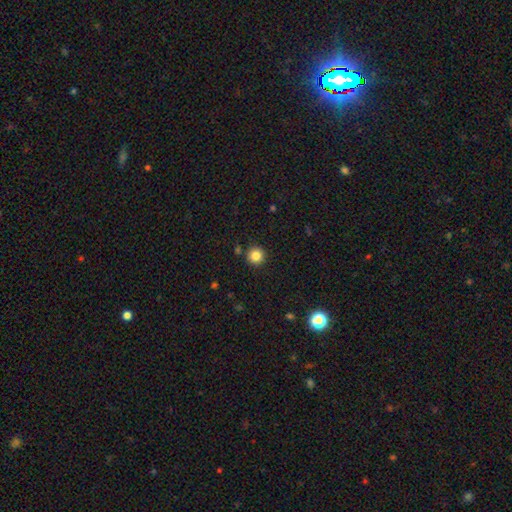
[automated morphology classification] type=smooth (85%); roundness=round (95%); merging=none (89%).